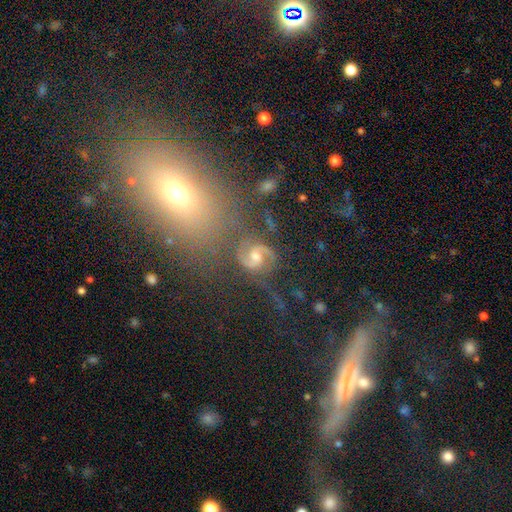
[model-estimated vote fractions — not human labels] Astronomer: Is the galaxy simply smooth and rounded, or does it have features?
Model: featured or disk — 53%.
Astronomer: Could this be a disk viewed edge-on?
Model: no — 92%.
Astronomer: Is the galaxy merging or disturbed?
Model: none — 57%.